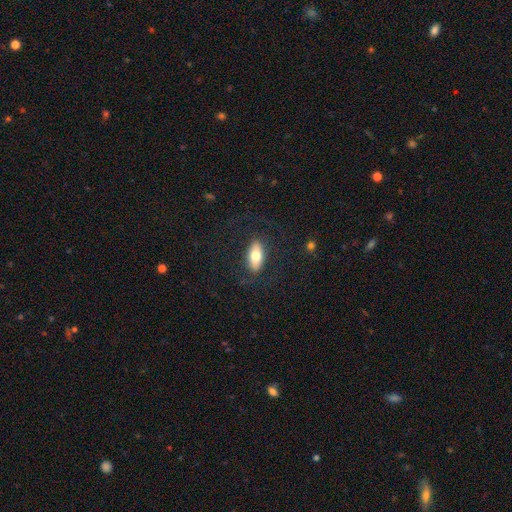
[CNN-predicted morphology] Smooth or featured?
  - smooth: 71% *
  - featured or disk: 23%
  - star or artifact: 6%
How rounded?
  - in between: 85% *
  - cigar-shaped: 11%
  - round: 3%
Merging?
  - none: 84% *
  - minor disturbance: 11%
  - major disturbance: 5%
  - merger: 1%